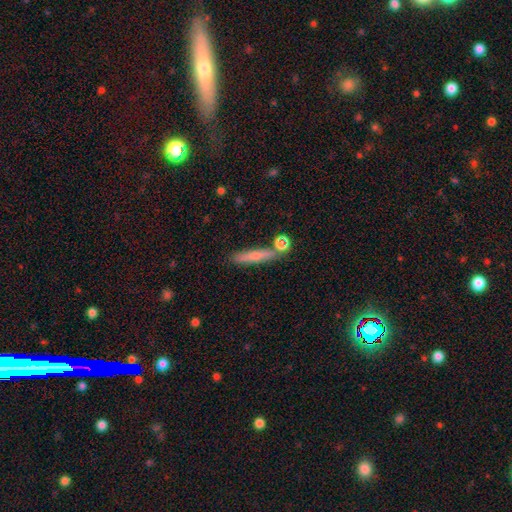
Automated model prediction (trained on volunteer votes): The model was most divided on "smooth or featured": smooth: 70%, featured or disk: 22%, star or artifact: 8%. More confident: how rounded — cigar-shaped (91%); merging — none (80%).